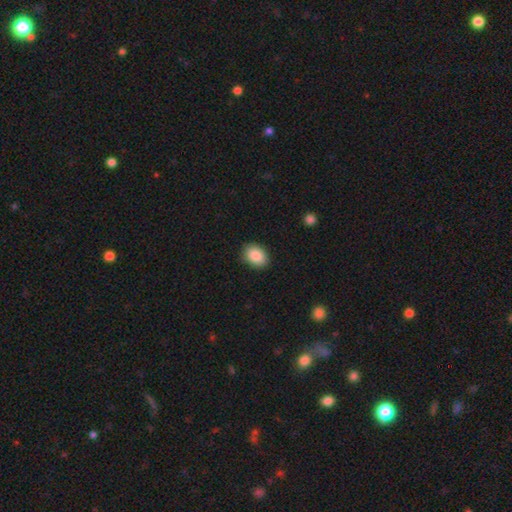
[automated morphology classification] Smooth or featured?
  - smooth: 89% *
  - star or artifact: 7%
  - featured or disk: 4%
How rounded?
  - in between: 75% *
  - round: 24%
  - cigar-shaped: 1%
Merging?
  - none: 88% *
  - minor disturbance: 9%
  - major disturbance: 2%
  - merger: 1%